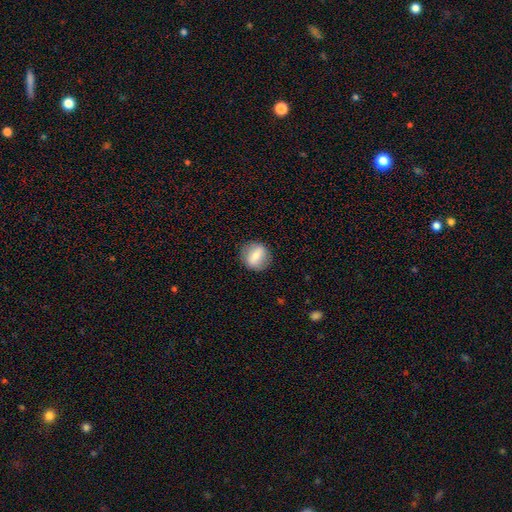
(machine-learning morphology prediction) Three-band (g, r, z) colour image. It shows a smooth galaxy with no disk features (64%) that is round (81%). Merging: none (86%).